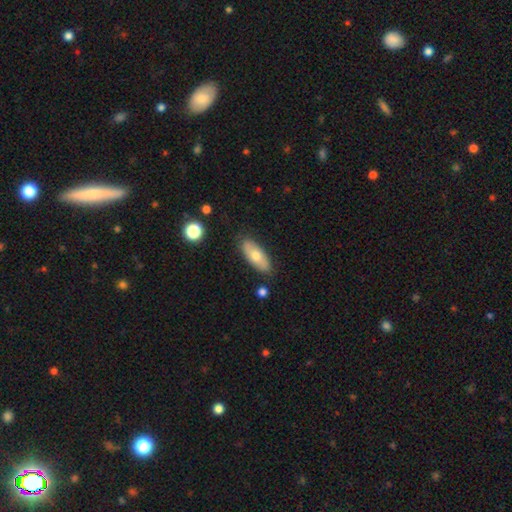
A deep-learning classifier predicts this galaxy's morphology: Q: Smooth or featured?
A: smooth (66%); runner-up: featured or disk (28%)
Q: How rounded?
A: in between (78%); runner-up: cigar-shaped (19%)
Q: Merging?
A: none (82%); runner-up: minor disturbance (13%)